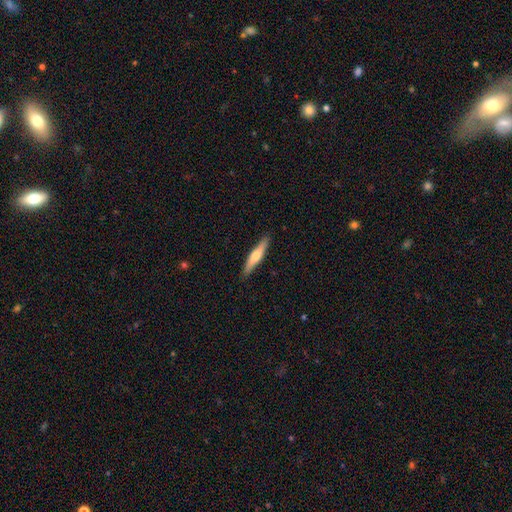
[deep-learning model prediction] smooth 52%, featured or disk 43%, star or artifact 6%. Down the decision tree: how rounded — cigar-shaped (85%); merging — none (89%).